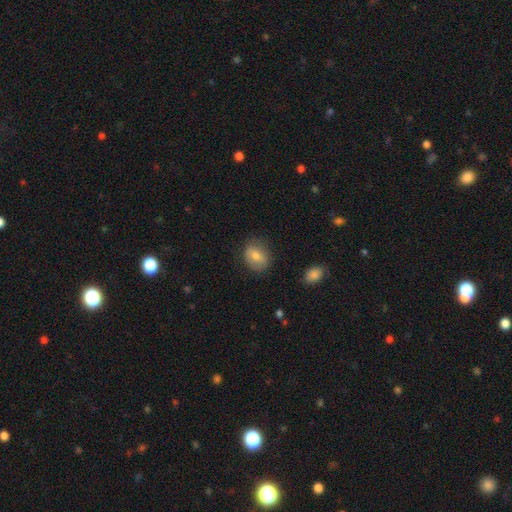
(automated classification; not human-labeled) The model was most divided on "how rounded": in between: 58%, round: 41%, cigar-shaped: 1%. More confident: smooth or featured — smooth (75%); merging — none (74%).